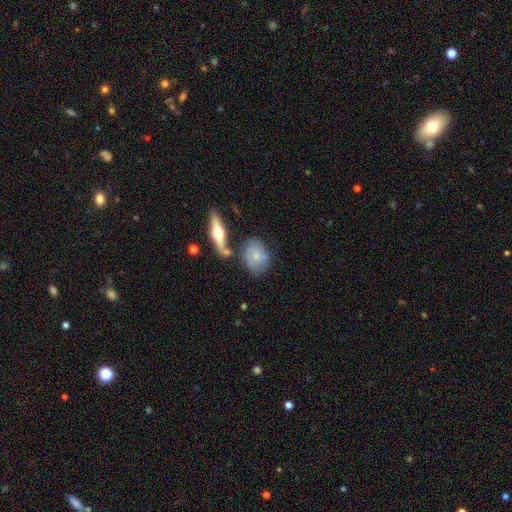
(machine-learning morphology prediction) A smooth galaxy with no disk features (52%) that is in between round and cigar-shaped (49%). Merging: none (64%).